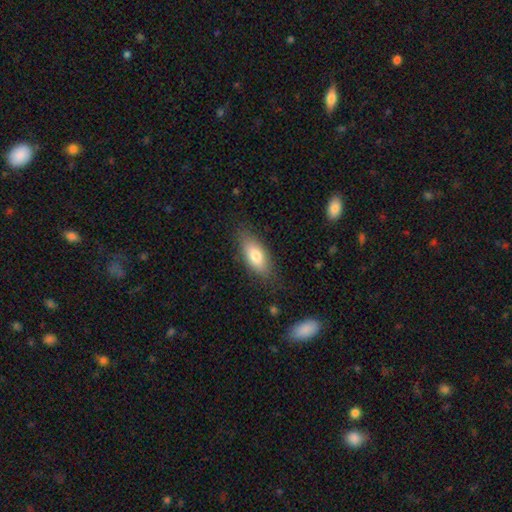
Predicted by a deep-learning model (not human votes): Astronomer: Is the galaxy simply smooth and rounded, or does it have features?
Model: smooth — 77%.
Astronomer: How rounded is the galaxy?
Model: in between — 83%.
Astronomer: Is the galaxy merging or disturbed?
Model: none — 80%.